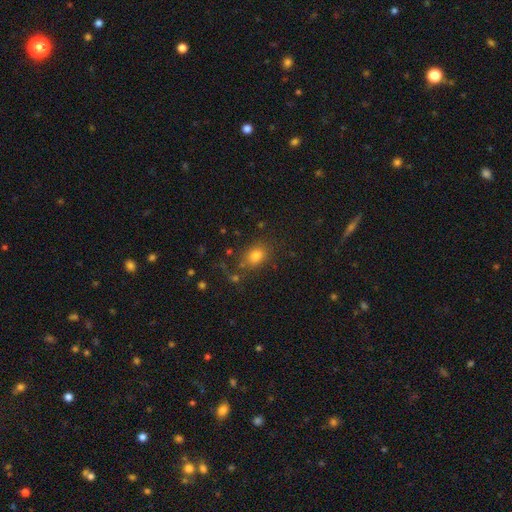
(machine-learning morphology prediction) A smooth galaxy with no disk features (78%) that is in between round and cigar-shaped (63%).

Vote fractions:
- Smooth or featured? smooth: 78% / star or artifact: 13% / featured or disk: 8%
- How rounded? in between: 63% / round: 35% / cigar-shaped: 1%
- Merging? none: 73% / minor disturbance: 14% / merger: 7% / major disturbance: 6%